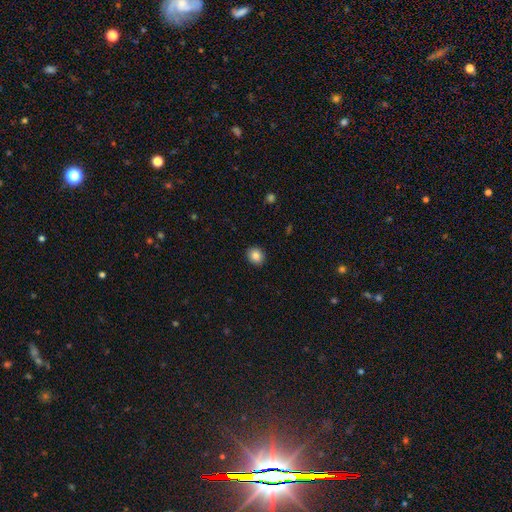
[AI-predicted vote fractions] Morphology: type=smooth (85%); roundness=round (72%); merging=none (91%).